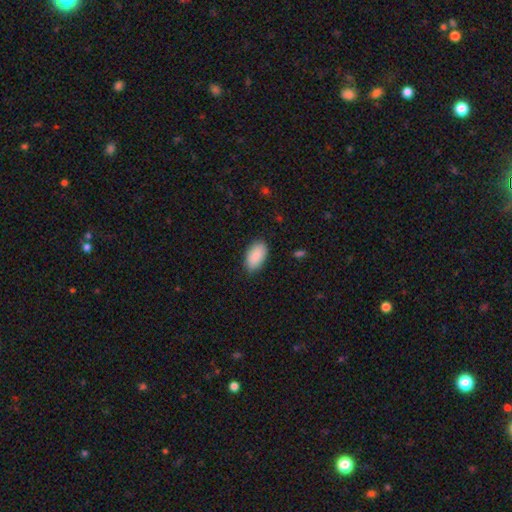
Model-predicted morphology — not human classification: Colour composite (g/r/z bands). It shows a smooth galaxy with no disk features (89%) that is in between round and cigar-shaped (95%). Merging: none (84%).